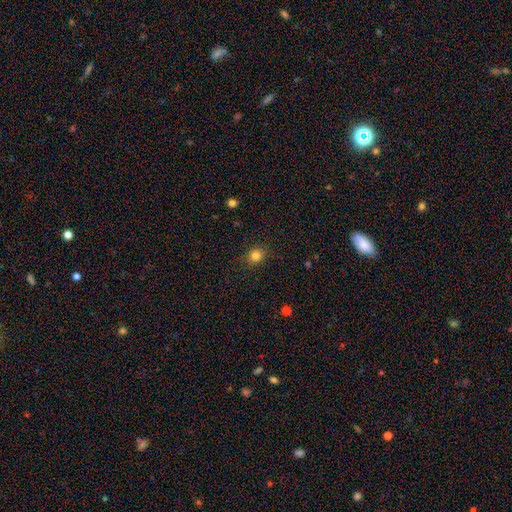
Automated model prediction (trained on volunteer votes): A smooth galaxy with no disk features (82%) that is round (73%).

Vote fractions:
- Smooth or featured? smooth: 82% / star or artifact: 12% / featured or disk: 5%
- How rounded? round: 73% / in between: 26% / cigar-shaped: 1%
- Merging? none: 87% / minor disturbance: 9% / major disturbance: 3% / merger: 1%